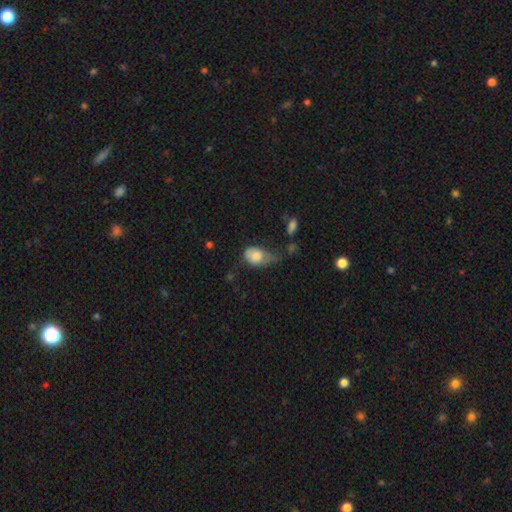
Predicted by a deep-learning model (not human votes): Q: Smooth or featured?
A: smooth (76%); runner-up: featured or disk (17%)
Q: How rounded?
A: in between (69%); runner-up: round (30%)
Q: Merging?
A: major disturbance (39%); runner-up: minor disturbance (35%)